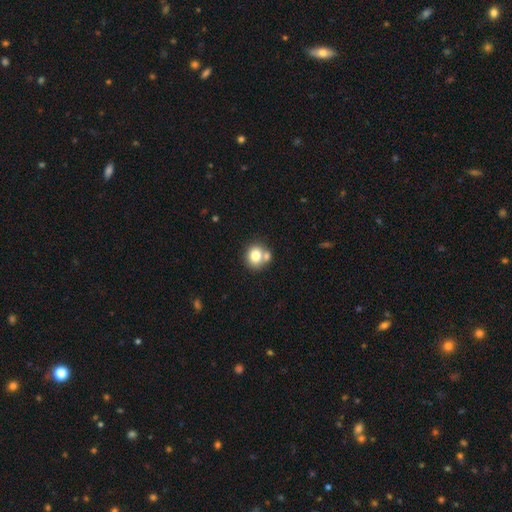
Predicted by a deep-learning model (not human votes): This is likely a smooth galaxy (77%). How rounded: likely round (73%). Merging: possibly none (53%).